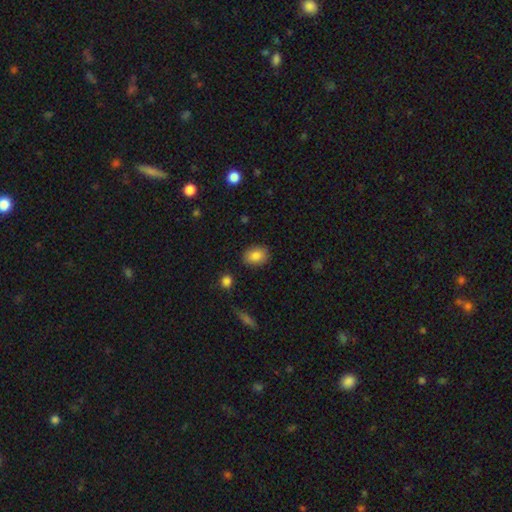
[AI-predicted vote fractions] Overall: smooth (84%). How rounded: in between (70%). Merging: none (85%).